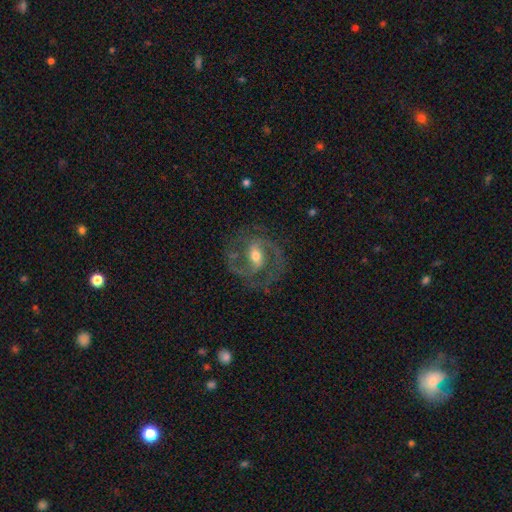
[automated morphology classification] Smooth or featured? Predicted: featured or disk (p=0.88). Edge-on disk? Predicted: no (p=0.97). Bar? Predicted: weak (p=0.46). Spiral arms? Predicted: yes (p=0.95). Spiral winding? Predicted: medium (p=0.61). Spiral arm count? Predicted: 2 (p=0.89). Bulge size? Predicted: moderate (p=0.64). Merging? Predicted: none (p=0.75).